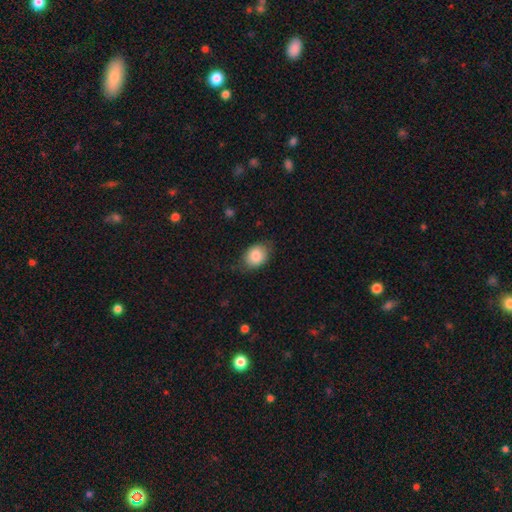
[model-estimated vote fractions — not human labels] Smooth or featured: smooth — 84% (featured or disk — 8%)
How rounded: in between — 64% (round — 35%)
Merging: none — 72% (minor disturbance — 22%)